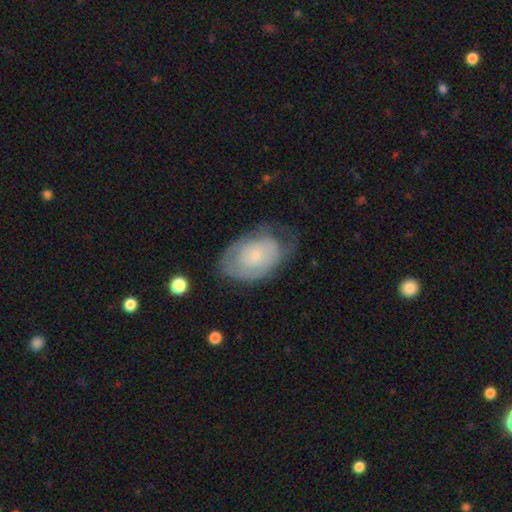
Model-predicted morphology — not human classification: smooth_or_featured: featured or disk (p=0.47) [alt: smooth p=0.46]
merging: none (p=0.51) [alt: minor disturbance p=0.30]